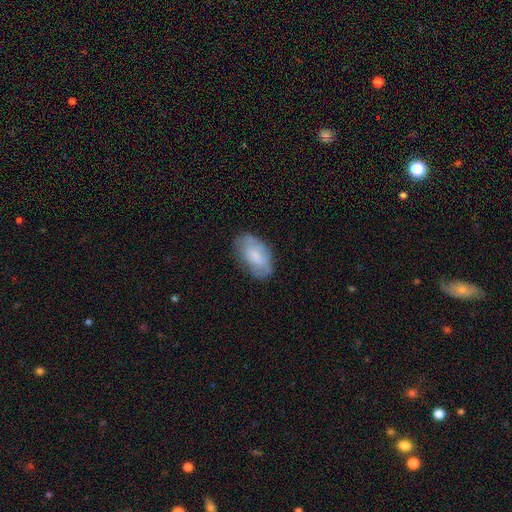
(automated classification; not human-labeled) This appears to be a smooth galaxy with no disk features (57%) that is in between round and cigar-shaped (93%). Merging: none (65%).